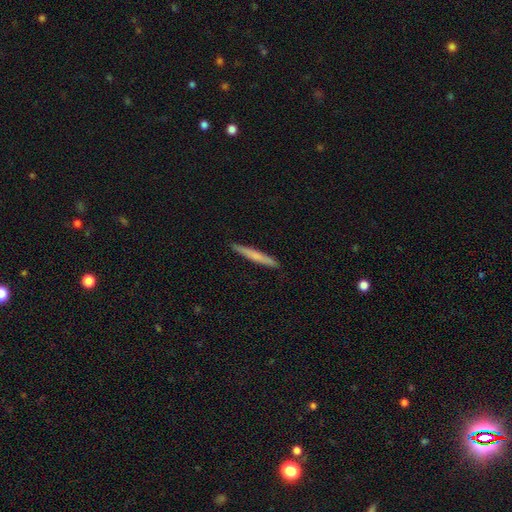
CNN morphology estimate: smooth 62%, featured or disk 33%, star or artifact 6%. Down the decision tree: how rounded — cigar-shaped (96%); merging — none (92%).